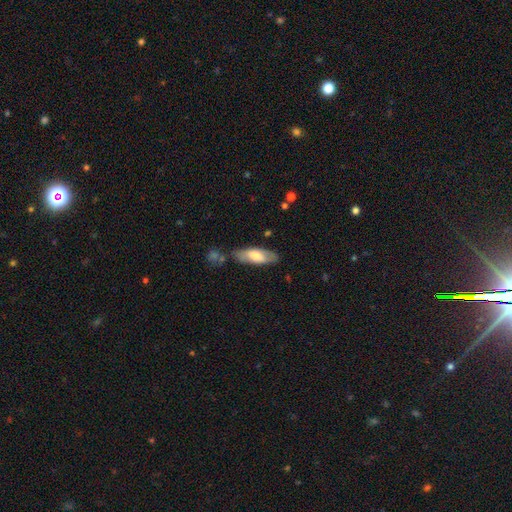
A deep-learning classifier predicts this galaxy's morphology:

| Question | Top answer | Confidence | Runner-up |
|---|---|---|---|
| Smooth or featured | smooth | 60% | featured or disk (34%) |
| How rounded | in between | 66% | cigar-shaped (32%) |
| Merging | none | 71% | minor disturbance (18%) |